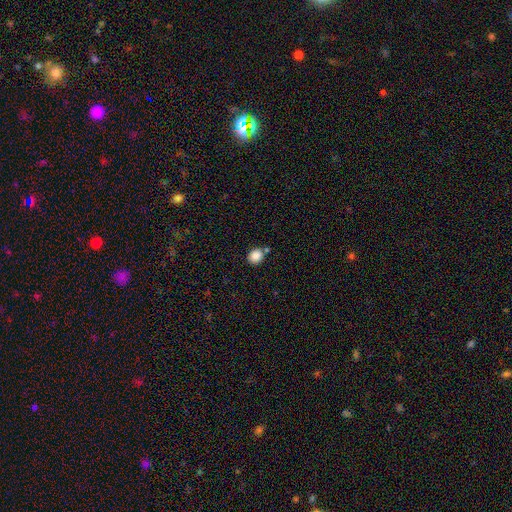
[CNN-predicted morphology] smooth 86%, star or artifact 9%, featured or disk 5%. Down the decision tree: how rounded — round (72%); merging — none (76%).